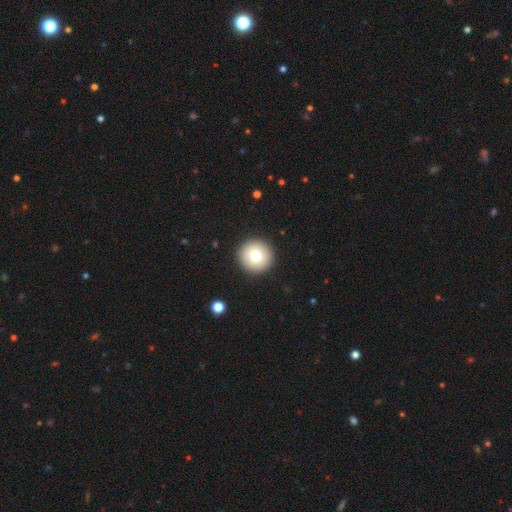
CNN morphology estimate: A smooth galaxy with no disk features (76%) that is round (96%).

Vote fractions:
- Smooth or featured? smooth: 76% / featured or disk: 15% / star or artifact: 10%
- How rounded? round: 96% / in between: 3% / cigar-shaped: 1%
- Merging? none: 93% / minor disturbance: 4% / major disturbance: 2% / merger: 1%